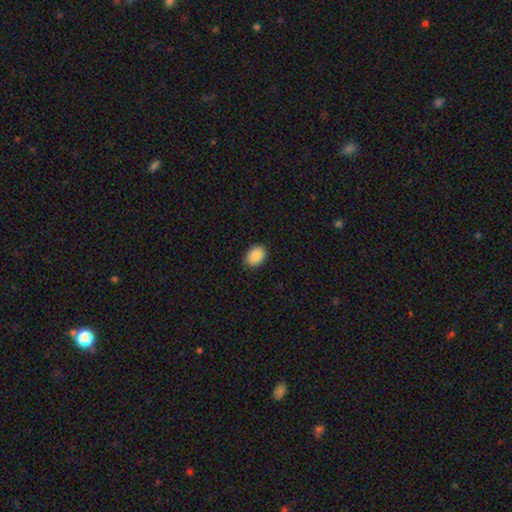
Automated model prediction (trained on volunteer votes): Smooth or featured: smooth — 90% (star or artifact — 7%)
How rounded: in between — 77% (round — 22%)
Merging: none — 87% (minor disturbance — 10%)